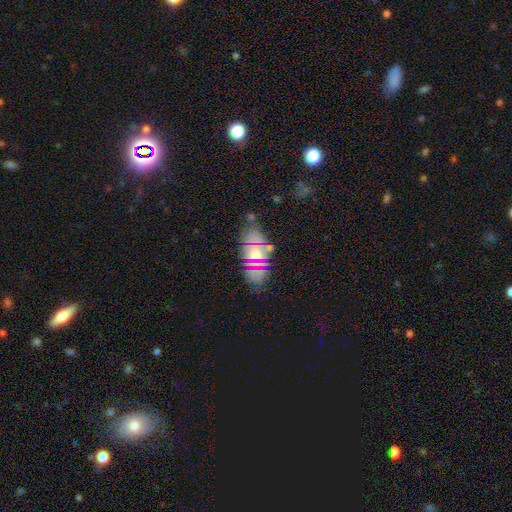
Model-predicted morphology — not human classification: This appears to be a smooth galaxy with no disk features (53%) that is in between round and cigar-shaped (81%). Merging: none (70%).